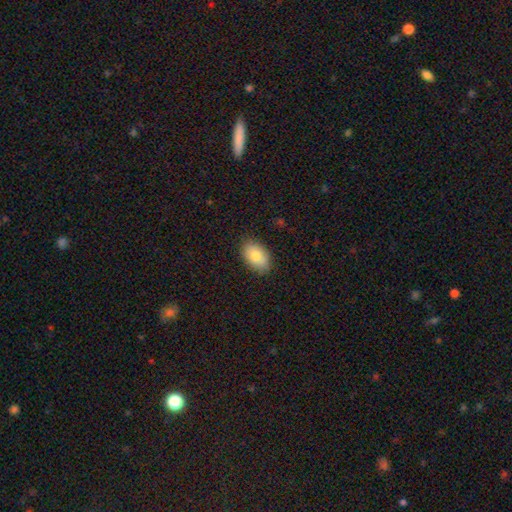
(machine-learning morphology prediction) smooth_or_featured: smooth (p=0.81) [alt: featured or disk p=0.12]
how_rounded: in between (p=0.89) [alt: round p=0.10]
merging: none (p=0.85) [alt: minor disturbance p=0.12]